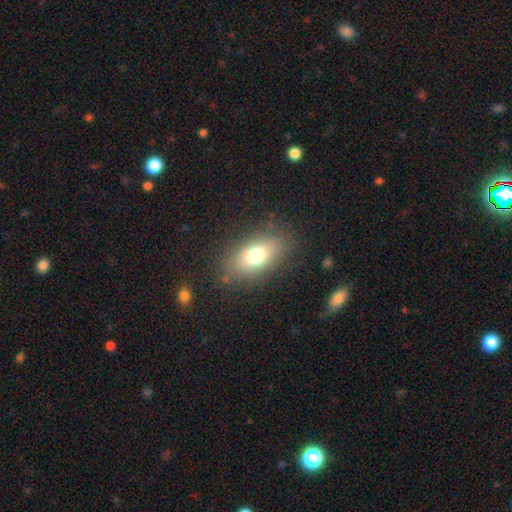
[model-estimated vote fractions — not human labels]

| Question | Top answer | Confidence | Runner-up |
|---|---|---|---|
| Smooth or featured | smooth | 72% | featured or disk (17%) |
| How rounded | in between | 84% | round (10%) |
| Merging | none | 81% | minor disturbance (12%) |